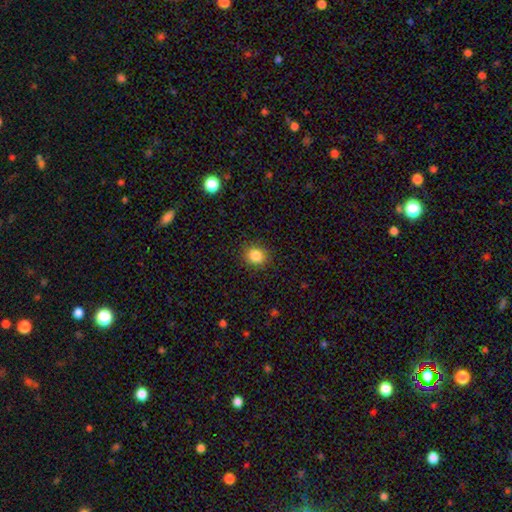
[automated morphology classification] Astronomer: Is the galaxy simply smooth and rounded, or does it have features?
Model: smooth — 85%.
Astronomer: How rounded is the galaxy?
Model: round — 80%.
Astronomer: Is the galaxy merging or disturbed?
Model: none — 89%.